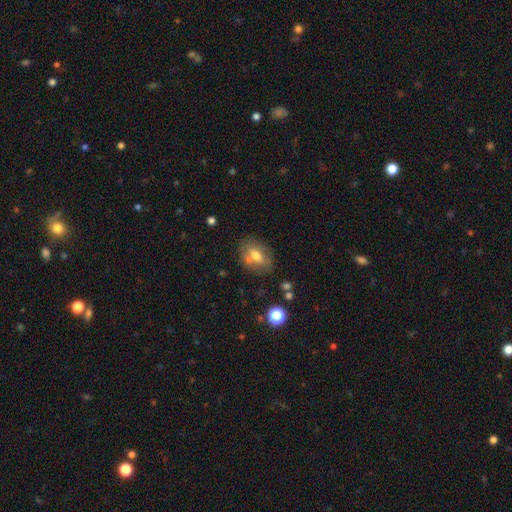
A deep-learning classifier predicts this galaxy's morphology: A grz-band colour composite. It shows a smooth galaxy with no disk features (57%) that is in between round and cigar-shaped (74%). Merging: none (63%).